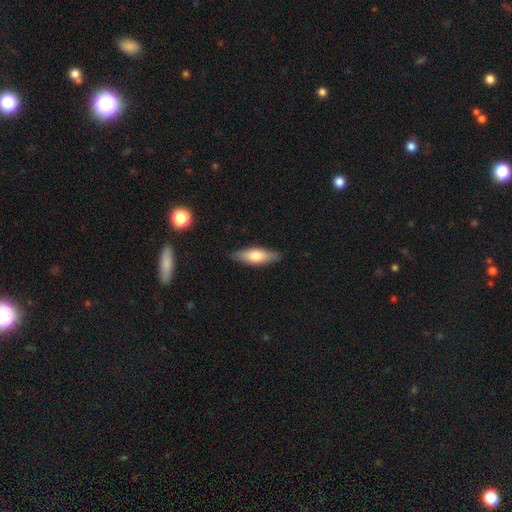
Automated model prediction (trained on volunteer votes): The model was most divided on "how rounded": in between: 52%, cigar-shaped: 46%, round: 2%. More confident: merging — none (88%); smooth or featured — smooth (68%).